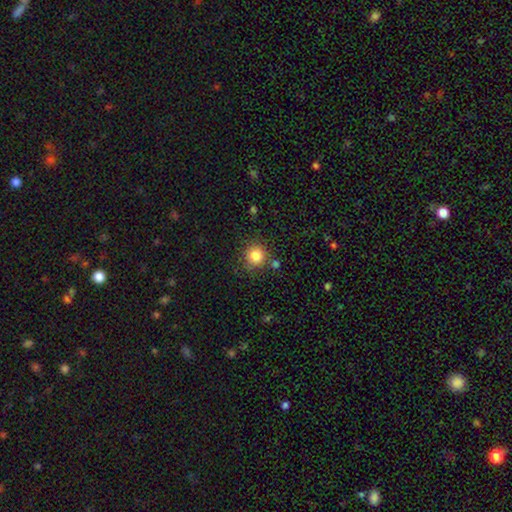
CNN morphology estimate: Overall: smooth (83%). How rounded: round (91%). Merging: none (81%).